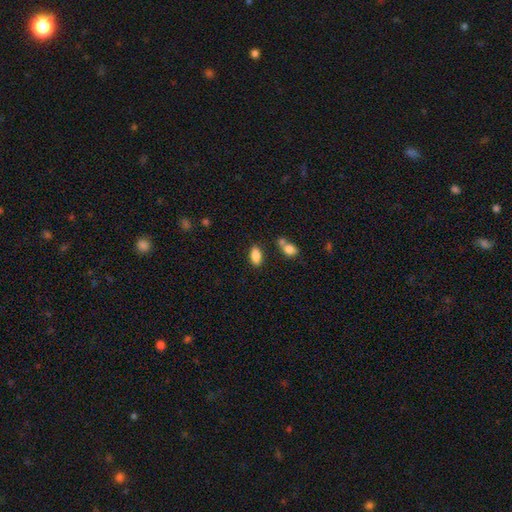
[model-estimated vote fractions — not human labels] This is clearly a smooth galaxy (86%). How rounded: clearly in between (90%). Merging: likely none (80%).